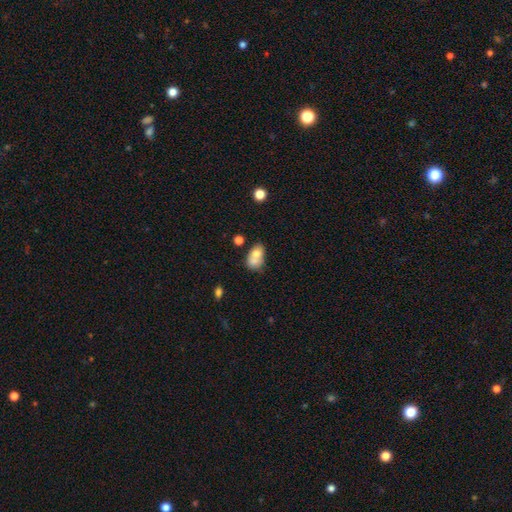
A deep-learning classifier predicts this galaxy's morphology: The model was most divided on "merging": merger: 55%, none: 26%, minor disturbance: 13%, major disturbance: 6%. More confident: how rounded — in between (72%); smooth or featured — smooth (70%).